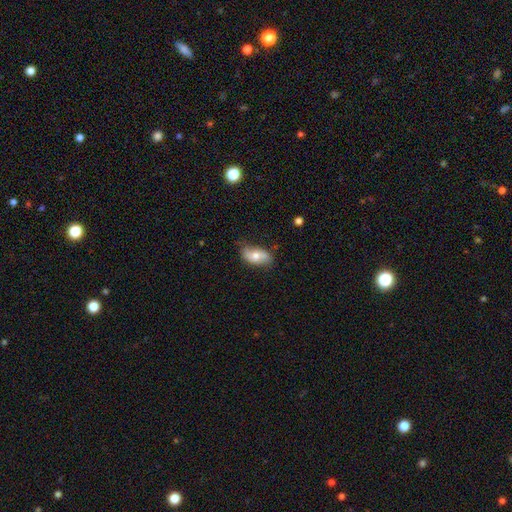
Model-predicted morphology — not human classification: smooth_or_featured: smooth (p=0.60) [alt: featured or disk p=0.33]
how_rounded: in between (p=0.91) [alt: round p=0.05]
merging: none (p=0.71) [alt: minor disturbance p=0.23]